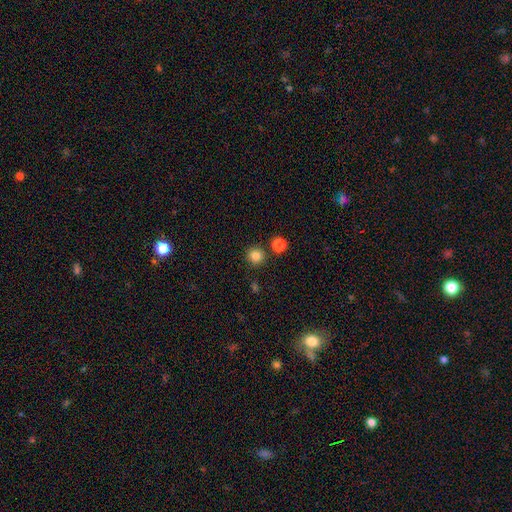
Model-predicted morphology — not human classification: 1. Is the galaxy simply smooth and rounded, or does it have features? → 83% smooth, 13% star or artifact, 4% featured or disk.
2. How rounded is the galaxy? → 95% round, 4% in between, 1% cigar-shaped.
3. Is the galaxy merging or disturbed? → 86% none, 6% minor disturbance, 6% merger, 2% major disturbance.